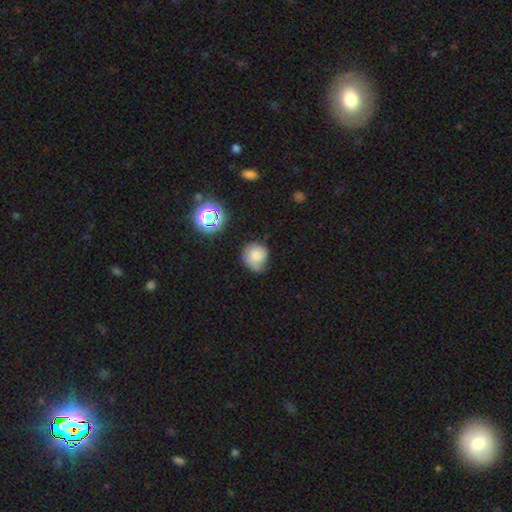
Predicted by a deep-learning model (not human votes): Morphology: type=smooth (67%); roundness=round (79%); merging=none (45%).